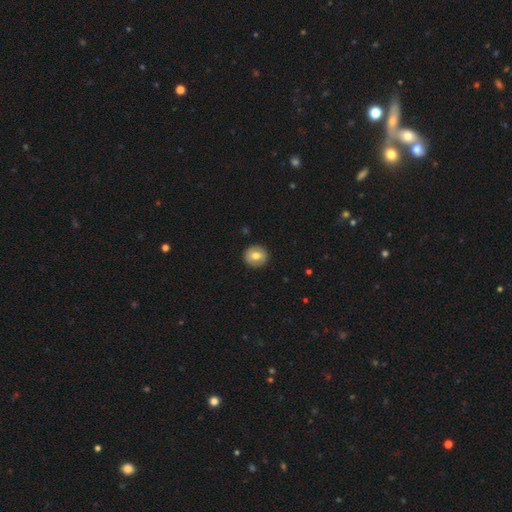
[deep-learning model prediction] Smooth or featured: smooth — 67% (featured or disk — 26%)
How rounded: round — 89% (in between — 10%)
Merging: none — 90% (minor disturbance — 7%)